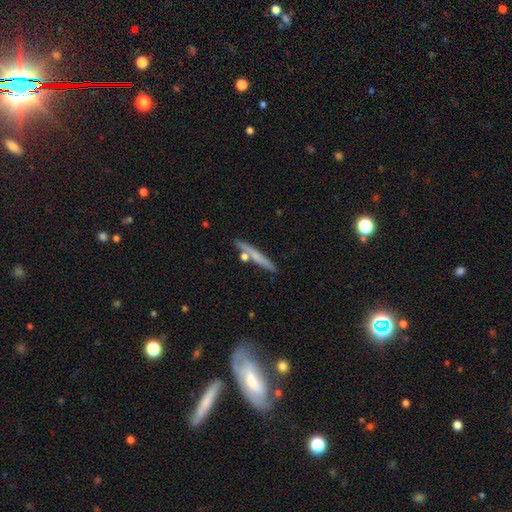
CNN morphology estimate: Overall: smooth (53%; featured or disk 40%). How rounded: cigar-shaped (94%). Merging: none (80%).